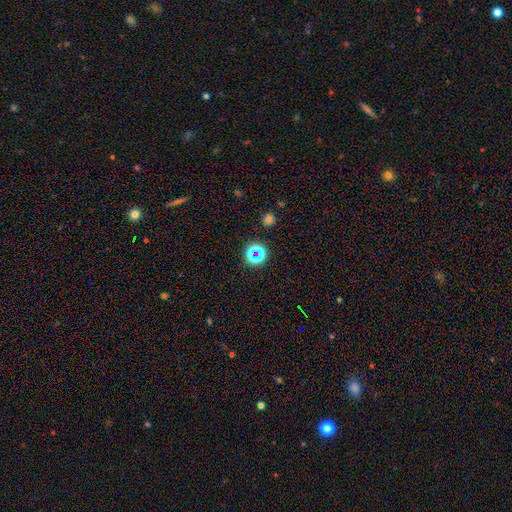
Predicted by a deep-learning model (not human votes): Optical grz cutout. It shows a star or artifact, not a galaxy (55%).